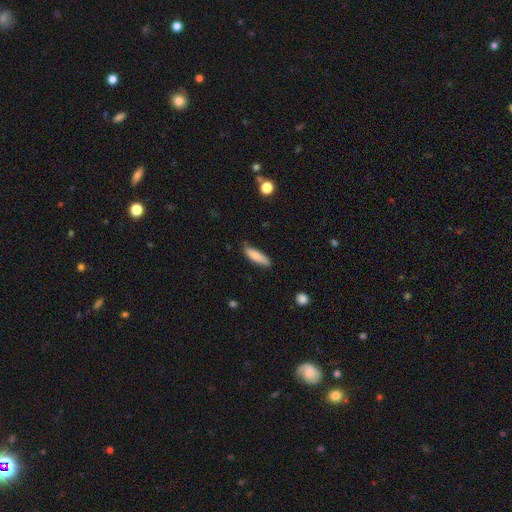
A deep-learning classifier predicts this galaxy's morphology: Smooth or featured? Predicted: smooth (p=0.83). How rounded? Predicted: cigar-shaped (p=0.61). Merging? Predicted: none (p=0.77).